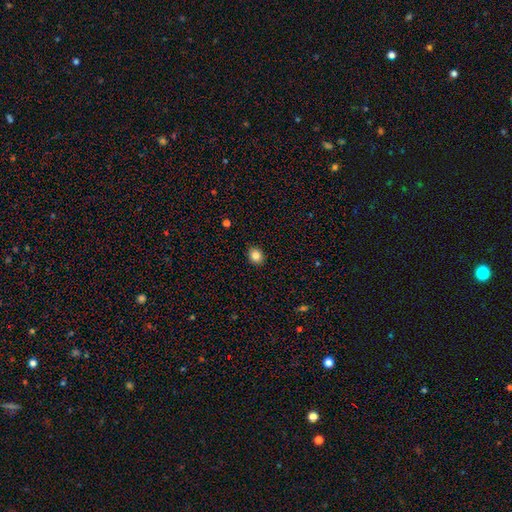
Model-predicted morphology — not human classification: smooth-or-featured: smooth: 84% | star or artifact: 10% | featured or disk: 6%
  how-rounded: round: 65% | in between: 34% | cigar-shaped: 1%
  merging: none: 90% | minor disturbance: 7% | major disturbance: 2% | merger: 1%